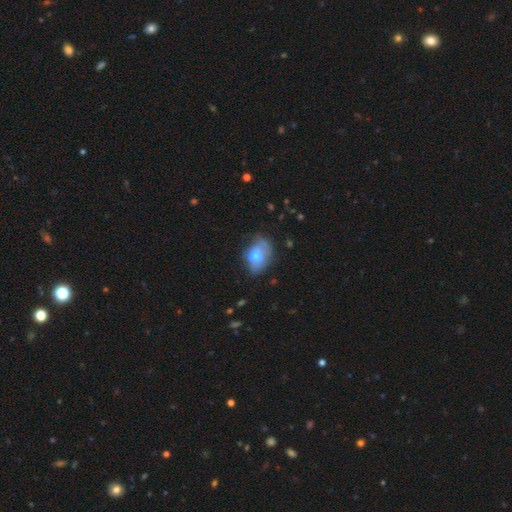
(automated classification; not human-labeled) smooth-or-featured: smooth: 66% | featured or disk: 26% | star or artifact: 8%
  how-rounded: in between: 77% | round: 22% | cigar-shaped: 1%
  merging: none: 56% | minor disturbance: 33% | major disturbance: 9% | merger: 2%